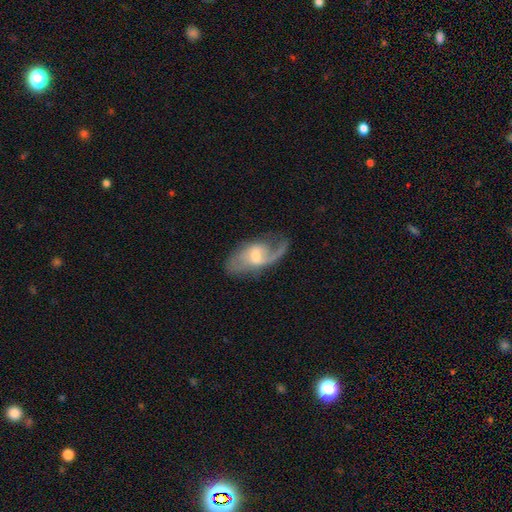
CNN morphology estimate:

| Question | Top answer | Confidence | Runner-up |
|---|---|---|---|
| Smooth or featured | featured or disk | 77% | smooth (17%) |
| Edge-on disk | no | 95% | yes (5%) |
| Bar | weak | 54% | no (33%) |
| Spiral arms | yes | 89% | no (11%) |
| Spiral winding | loose | 47% | medium (40%) |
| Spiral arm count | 2 | 53% | 1 (33%) |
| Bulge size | moderate | 50% | small (39%) |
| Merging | none | 55% | minor disturbance (22%) |